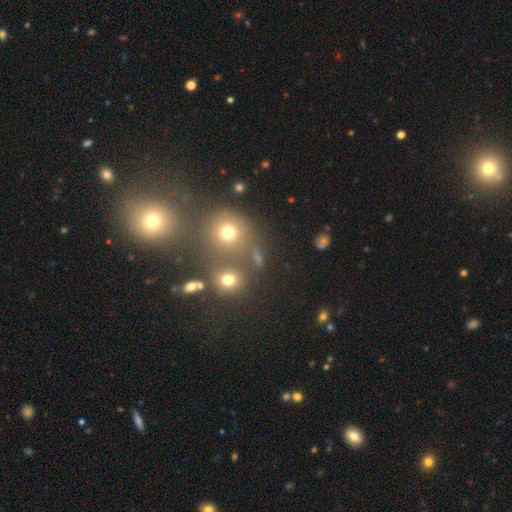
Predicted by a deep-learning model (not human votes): Q: Smooth or featured?
A: smooth (61%); runner-up: star or artifact (29%)
Q: How rounded?
A: round (80%); runner-up: in between (18%)
Q: Merging?
A: none (67%); runner-up: merger (18%)